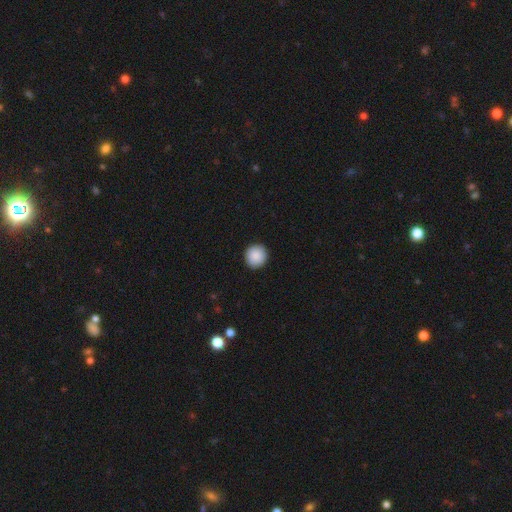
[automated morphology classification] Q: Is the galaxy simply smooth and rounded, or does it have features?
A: smooth — 90%.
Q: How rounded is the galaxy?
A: round — 95%.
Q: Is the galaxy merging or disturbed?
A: none — 93%.